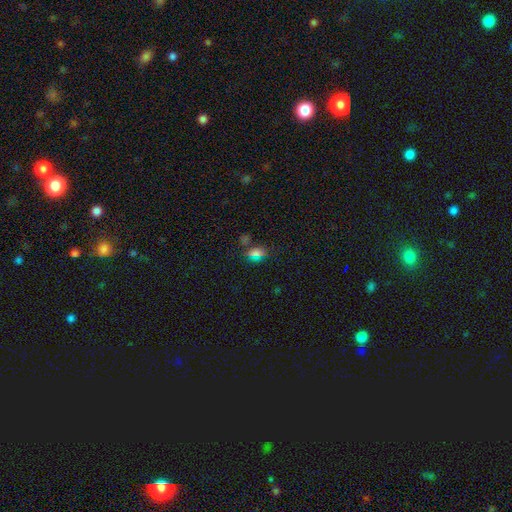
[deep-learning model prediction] Smooth or featured: smooth — 58% (star or artifact — 33%)
How rounded: in between — 60% (round — 32%)
Merging: none — 76% (minor disturbance — 13%)